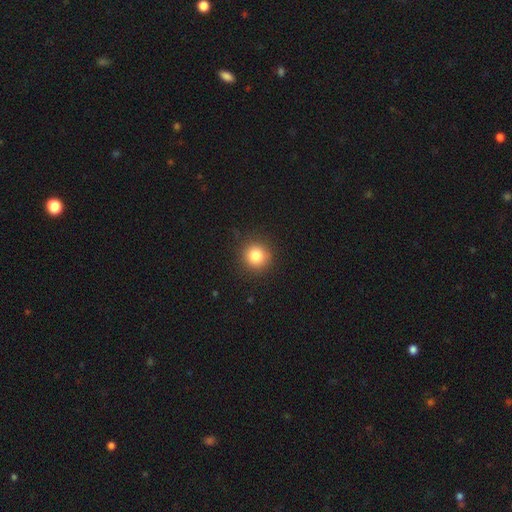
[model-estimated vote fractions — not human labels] A smooth galaxy with no disk features (83%) that is round (93%).

Vote fractions:
- Smooth or featured? smooth: 83% / star or artifact: 11% / featured or disk: 6%
- How rounded? round: 93% / in between: 7% / cigar-shaped: 1%
- Merging? none: 90% / minor disturbance: 7% / major disturbance: 2% / merger: 1%